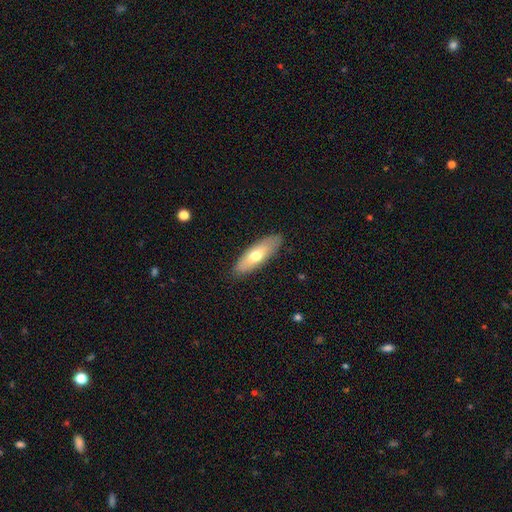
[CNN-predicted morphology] Q: Smooth or featured?
A: smooth (64%); runner-up: featured or disk (30%)
Q: How rounded?
A: in between (58%); runner-up: cigar-shaped (40%)
Q: Merging?
A: none (86%); runner-up: minor disturbance (10%)